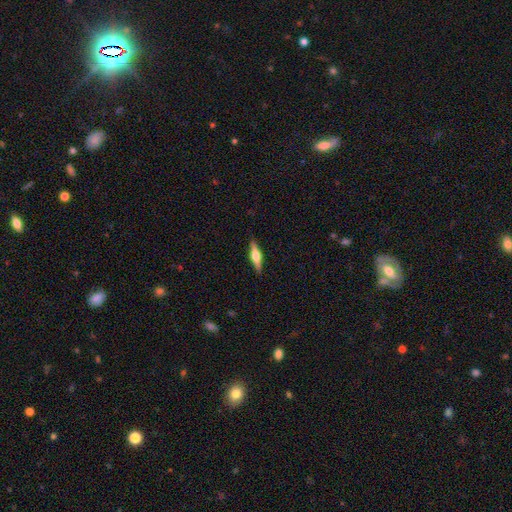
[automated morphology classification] smooth_or_featured: featured or disk (p=0.59) [alt: smooth p=0.36]
disk_edge_on: yes (p=0.97) [alt: no p=0.03]
edge_on_bulge: rounded (p=0.92) [alt: boxy p=0.06]
merging: none (p=0.90) [alt: minor disturbance p=0.08]